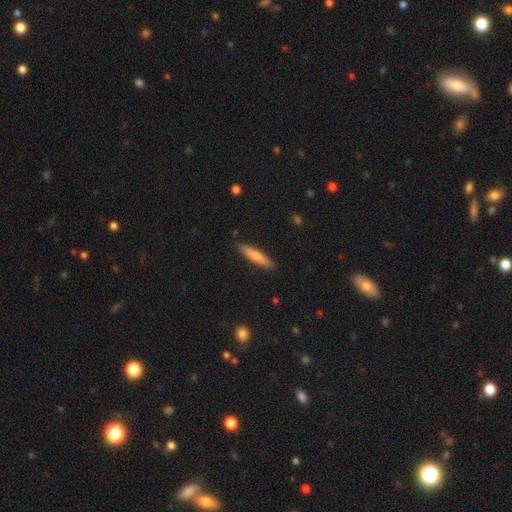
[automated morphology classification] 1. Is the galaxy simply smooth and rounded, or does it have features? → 73% smooth, 22% featured or disk, 6% star or artifact.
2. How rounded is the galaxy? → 89% cigar-shaped, 10% in between, 1% round.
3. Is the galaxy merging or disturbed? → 89% none, 8% minor disturbance, 2% major disturbance, 1% merger.